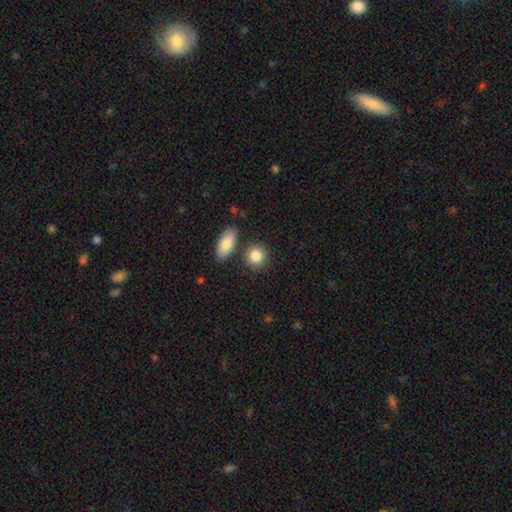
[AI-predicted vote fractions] smooth_or_featured: smooth (p=0.87) [alt: star or artifact p=0.07]
how_rounded: round (p=0.71) [alt: in between p=0.27]
merging: none (p=0.77) [alt: merger p=0.10]